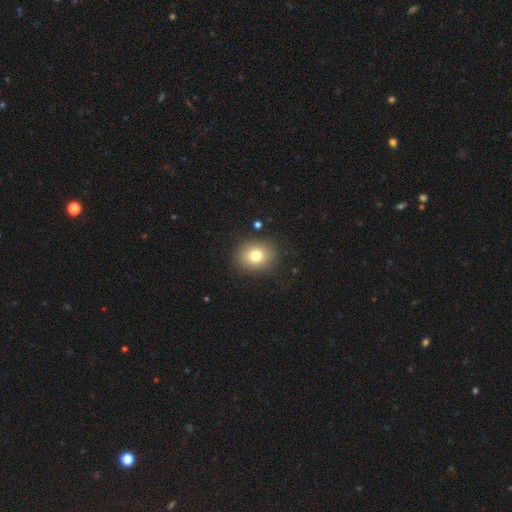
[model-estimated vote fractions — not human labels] Smooth or featured?
  - smooth: 79% *
  - star or artifact: 11%
  - featured or disk: 10%
How rounded?
  - round: 62% *
  - in between: 37%
  - cigar-shaped: 1%
Merging?
  - none: 88% *
  - minor disturbance: 8%
  - major disturbance: 3%
  - merger: 1%